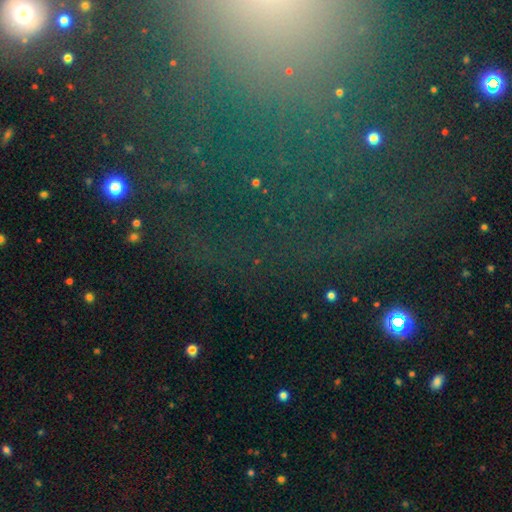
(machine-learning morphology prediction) Smooth or featured? Predicted: star or artifact (p=0.68).